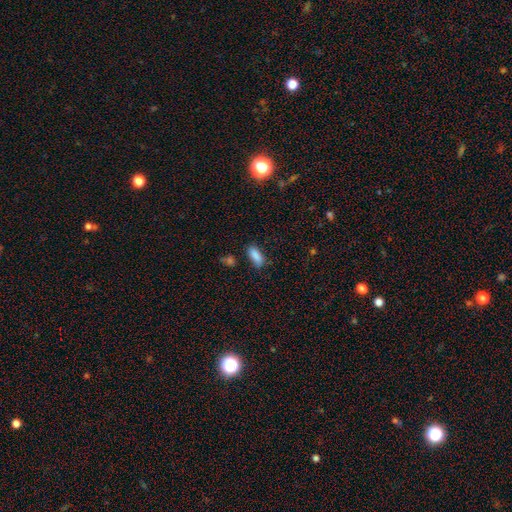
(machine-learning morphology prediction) Q: Smooth or featured?
A: smooth (87%); runner-up: star or artifact (8%)
Q: How rounded?
A: in between (79%); runner-up: cigar-shaped (19%)
Q: Merging?
A: none (74%); runner-up: minor disturbance (18%)